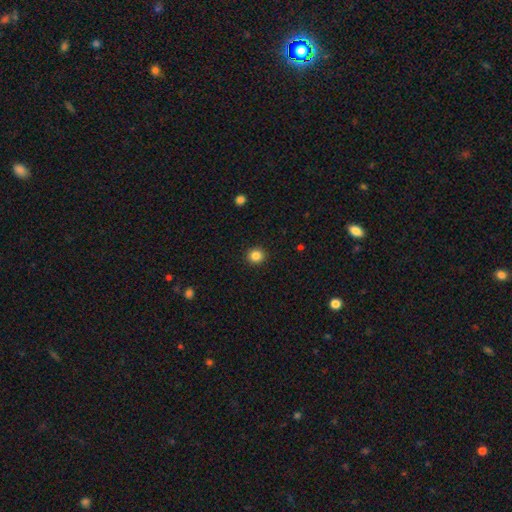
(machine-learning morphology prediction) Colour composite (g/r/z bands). It shows a smooth galaxy with no disk features (85%) that is round (91%). Merging: none (92%).